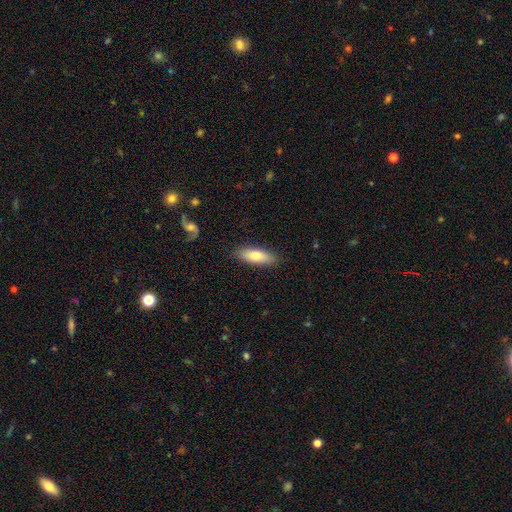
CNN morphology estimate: Overall: smooth (73%). How rounded: in between (56%; cigar-shaped 42%). Merging: none (86%).